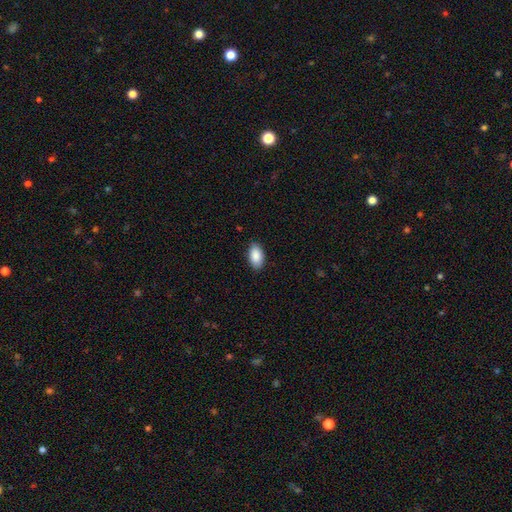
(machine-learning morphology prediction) type=smooth (89%); roundness=in between (95%); merging=none (87%).